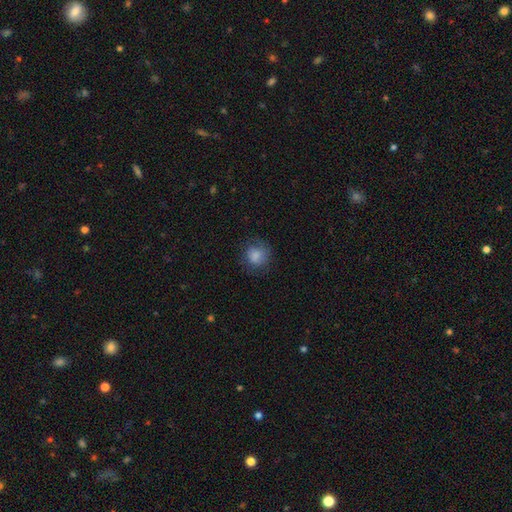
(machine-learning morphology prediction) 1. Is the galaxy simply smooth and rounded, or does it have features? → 81% smooth, 11% featured or disk, 8% star or artifact.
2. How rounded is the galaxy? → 84% round, 15% in between, 1% cigar-shaped.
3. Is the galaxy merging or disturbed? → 75% none, 17% minor disturbance, 7% major disturbance, 1% merger.